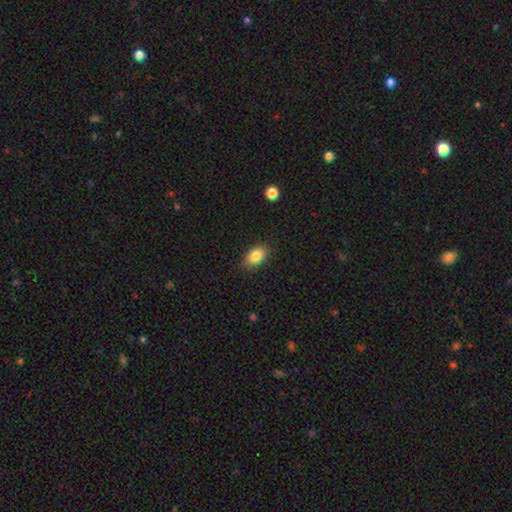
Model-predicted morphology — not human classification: smooth 85%, star or artifact 8%, featured or disk 7%. Down the decision tree: how rounded — in between (88%); merging — none (86%).